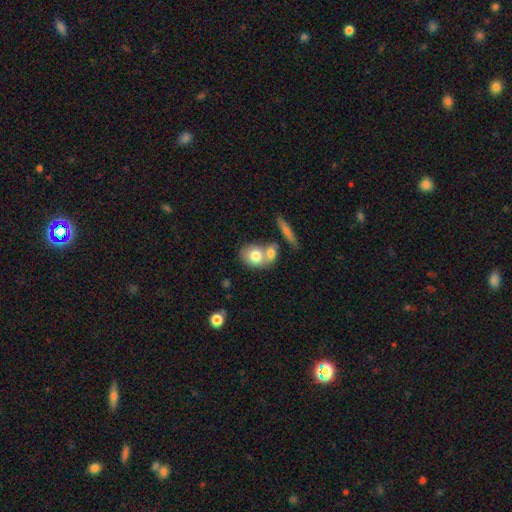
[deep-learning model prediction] smooth-or-featured: smooth: 74% | featured or disk: 19% | star or artifact: 7%
  how-rounded: in between: 51% | round: 46% | cigar-shaped: 3%
  merging: merger: 49% | none: 36% | minor disturbance: 10% | major disturbance: 5%